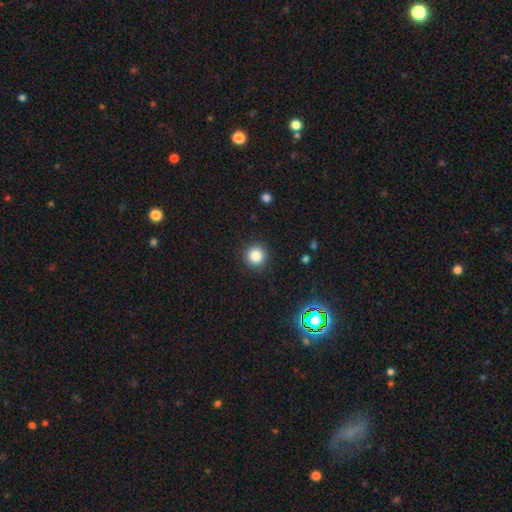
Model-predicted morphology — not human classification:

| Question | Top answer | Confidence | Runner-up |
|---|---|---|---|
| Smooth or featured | smooth | 83% | star or artifact (12%) |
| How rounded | round | 95% | in between (4%) |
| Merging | none | 90% | minor disturbance (6%) |